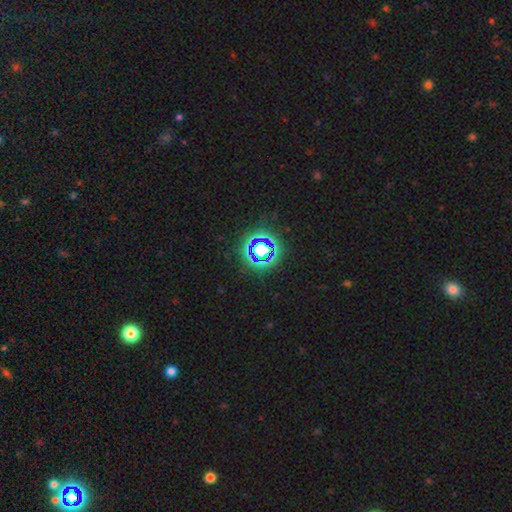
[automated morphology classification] Smooth or featured?
  - star or artifact: 76% *
  - smooth: 17%
  - featured or disk: 7%